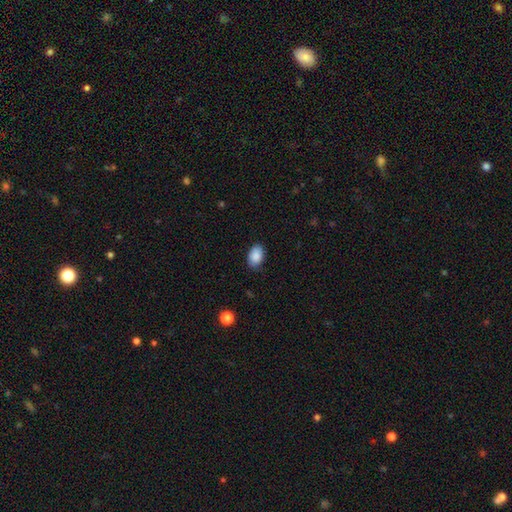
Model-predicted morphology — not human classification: A smooth galaxy with no disk features (89%) that is in between round and cigar-shaped (87%). Merging: none (81%).